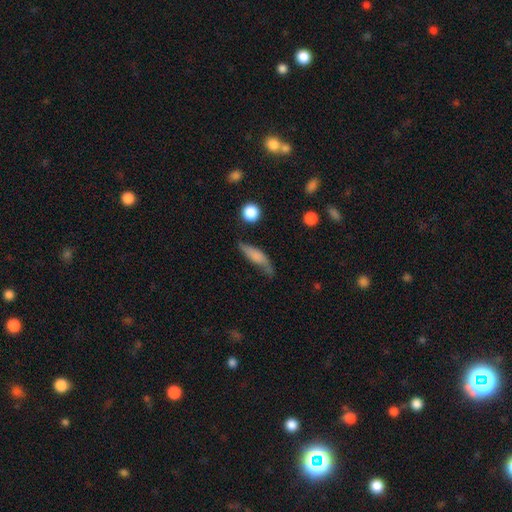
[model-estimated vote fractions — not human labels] Morphology: type=smooth (56%); roundness=cigar-shaped (55%); merging=none (52%).